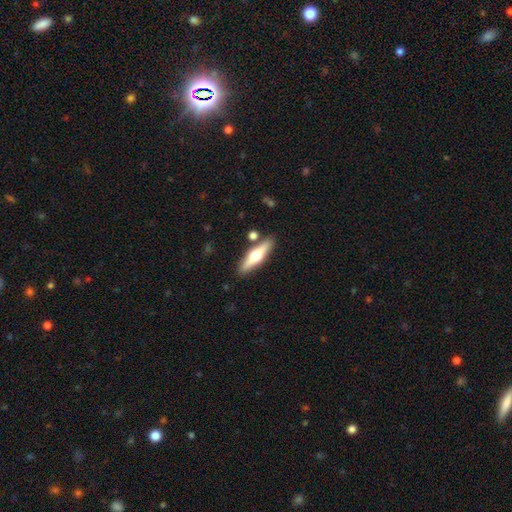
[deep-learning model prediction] smooth_or_featured: featured or disk (p=0.55) [alt: smooth p=0.39]
disk_edge_on: yes (p=0.93) [alt: no p=0.07]
edge_on_bulge: rounded (p=0.95) [alt: boxy p=0.03]
merging: none (p=0.84) [alt: minor disturbance p=0.09]